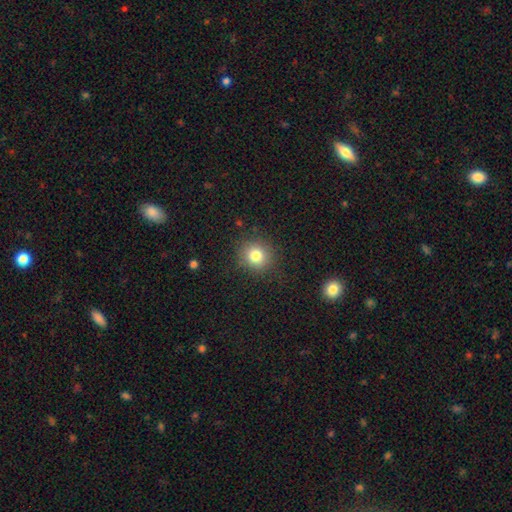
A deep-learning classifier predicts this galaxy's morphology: Smooth or featured? Predicted: smooth (p=0.80). How rounded? Predicted: round (p=0.88). Merging? Predicted: none (p=0.87).